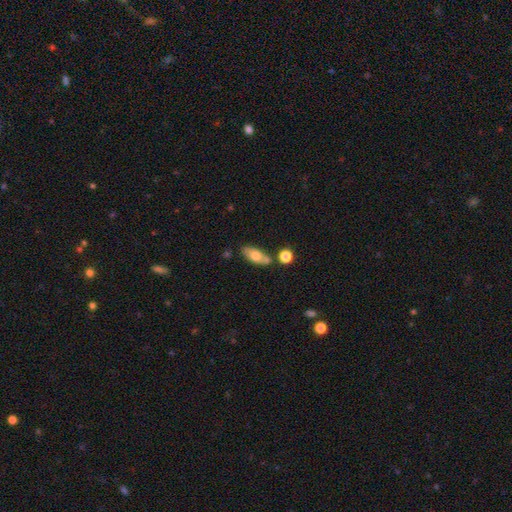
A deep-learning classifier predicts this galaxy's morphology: This appears to be a smooth galaxy with no disk features (67%) that is in between round and cigar-shaped (79%). Merging: none (66%).